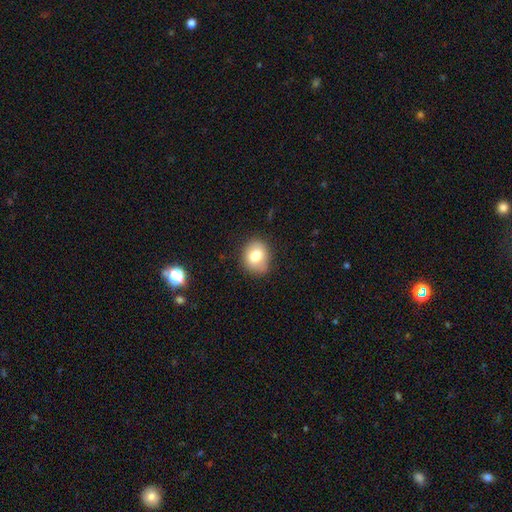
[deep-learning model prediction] Smooth or featured: smooth — 77% (featured or disk — 14%)
How rounded: round — 58% (in between — 41%)
Merging: none — 80% (minor disturbance — 15%)